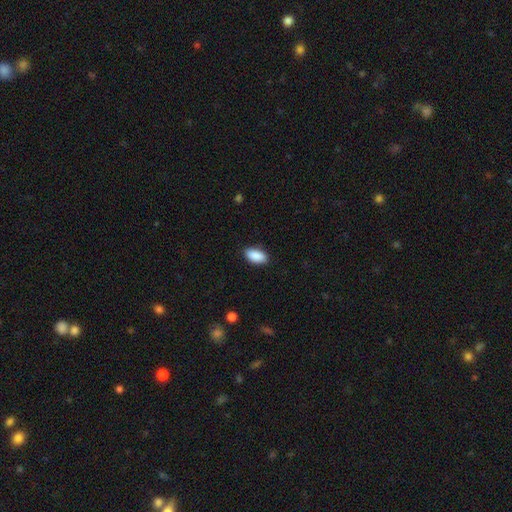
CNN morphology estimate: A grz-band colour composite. It shows a smooth galaxy with no disk features (90%) that is in between round and cigar-shaped (92%). Merging: none (87%).